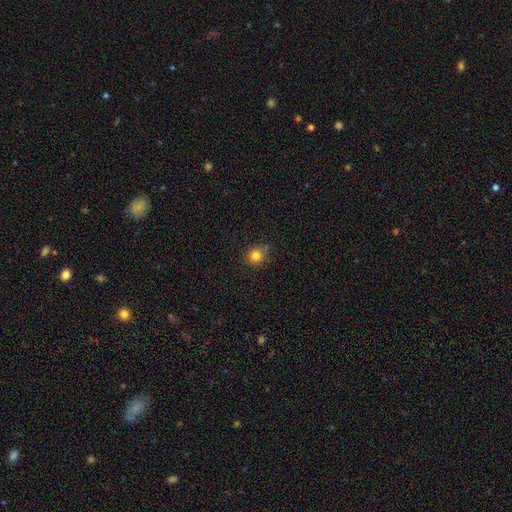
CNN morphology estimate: Smooth or featured?
  - smooth: 83% *
  - star or artifact: 12%
  - featured or disk: 5%
How rounded?
  - round: 88% *
  - in between: 11%
  - cigar-shaped: 1%
Merging?
  - none: 75% *
  - minor disturbance: 18%
  - merger: 4%
  - major disturbance: 3%